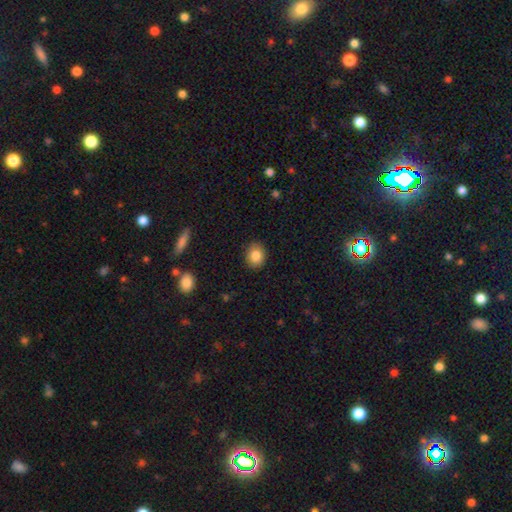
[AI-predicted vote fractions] Overall: smooth (84%). How rounded: round (63%; in between 36%). Merging: none (89%).